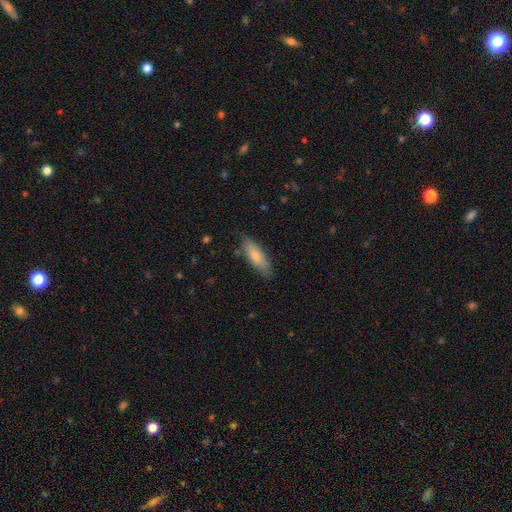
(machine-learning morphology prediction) Overall: smooth (75%). How rounded: in between (64%; cigar-shaped 34%). Merging: none (77%).